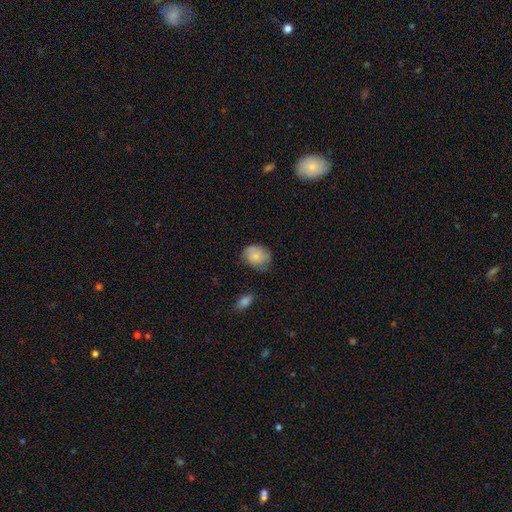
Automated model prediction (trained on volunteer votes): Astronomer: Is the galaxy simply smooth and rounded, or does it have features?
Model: smooth — 77%.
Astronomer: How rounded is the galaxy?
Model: in between — 50% (runner-up: round, 49%).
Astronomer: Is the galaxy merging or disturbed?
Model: none — 59%.